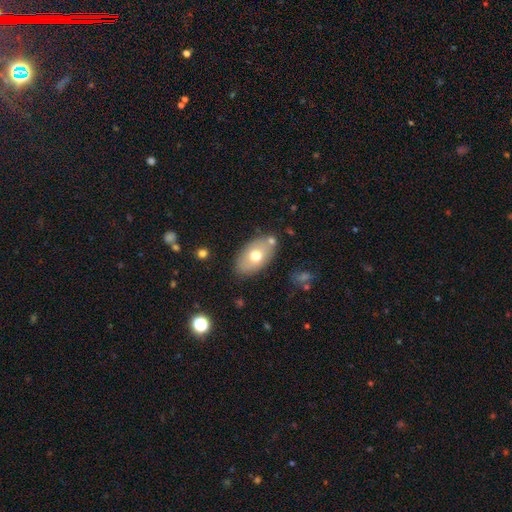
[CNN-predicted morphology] smooth_or_featured: smooth (p=0.66) [alt: featured or disk p=0.27]
how_rounded: in between (p=0.91) [alt: round p=0.07]
merging: none (p=0.77) [alt: minor disturbance p=0.13]